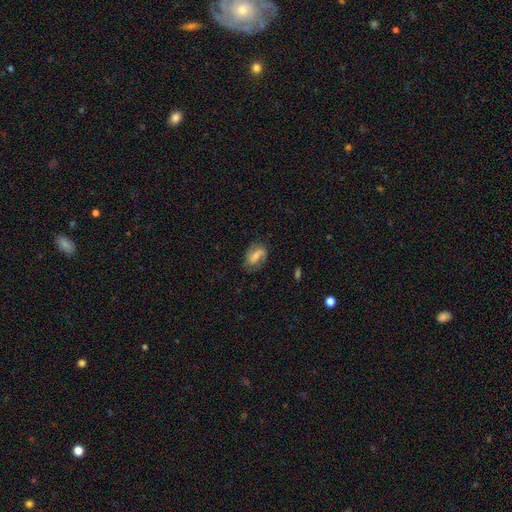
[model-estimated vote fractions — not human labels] smooth-or-featured: featured or disk: 53% | smooth: 38% | star or artifact: 9%
  disk-edge-on: no: 96% | yes: 4%
    bar: weak: 42% | no: 30% | strong: 27%
    has-spiral-arms: yes: 84% | no: 16%
    bulge-size: small: 39% | moderate: 31% | none: 21% | large: 7% | dominant: 2%
  merging: none: 63% | minor disturbance: 23% | major disturbance: 12% | merger: 2%